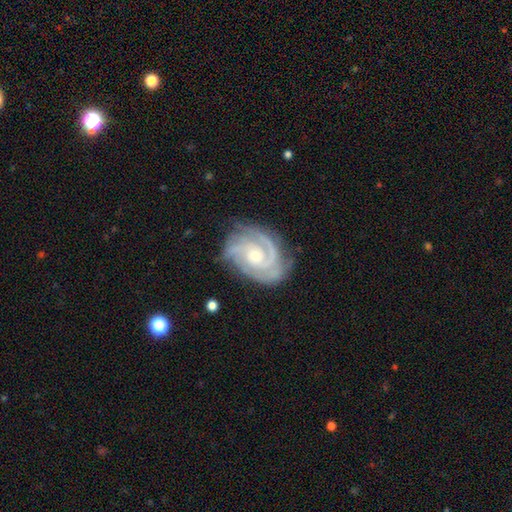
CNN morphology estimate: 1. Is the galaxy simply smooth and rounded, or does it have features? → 91% featured or disk, 5% smooth, 4% star or artifact.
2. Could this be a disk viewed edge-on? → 98% no, 2% yes.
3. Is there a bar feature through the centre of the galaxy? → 66% no, 28% weak, 6% strong.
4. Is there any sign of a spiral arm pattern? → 98% yes, 2% no.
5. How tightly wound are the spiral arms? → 67% tight, 30% medium, 4% loose.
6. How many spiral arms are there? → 47% 2, 33% 3, 9% can't tell, 5% 4, 4% 1, 3% more than 4.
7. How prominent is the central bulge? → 53% moderate, 42% small, 3% large, 2% none, 1% dominant.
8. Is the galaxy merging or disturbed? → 76% none, 18% minor disturbance, 5% major disturbance, 1% merger.